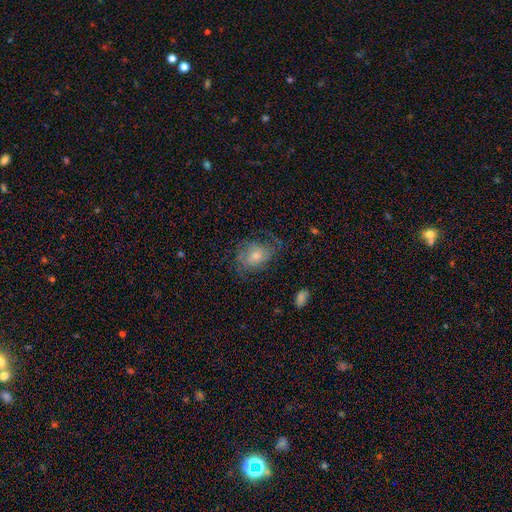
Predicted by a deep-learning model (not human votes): Q: Smooth or featured?
A: featured or disk (51%); runner-up: smooth (37%)
Q: Edge-on disk?
A: no (95%); runner-up: yes (5%)
Q: Merging?
A: none (55%); runner-up: minor disturbance (24%)